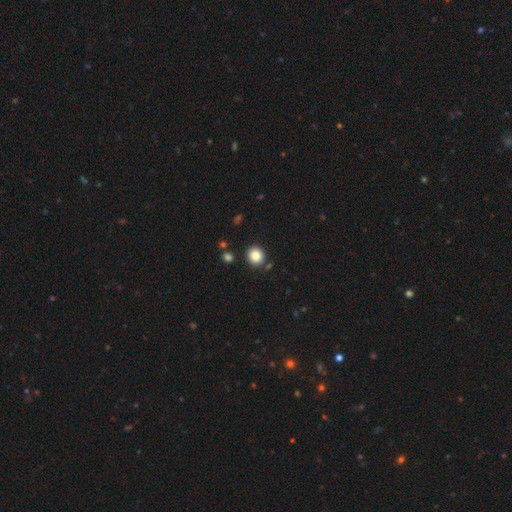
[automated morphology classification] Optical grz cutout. It shows a smooth galaxy with no disk features (85%) that is round (84%). Merging: none (86%).